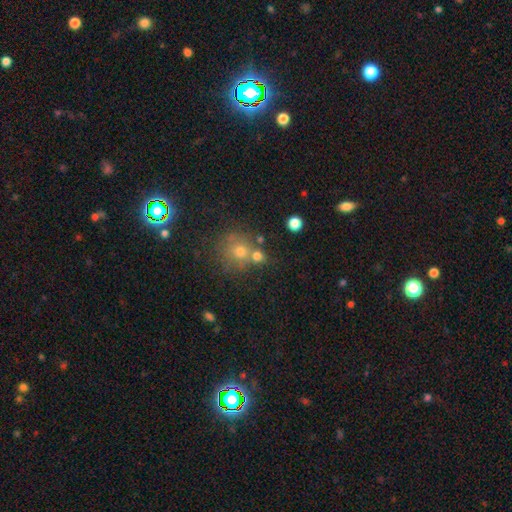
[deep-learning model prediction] This appears to be a smooth galaxy with no disk features (59%) that is round (87%). Merging: none (57%).